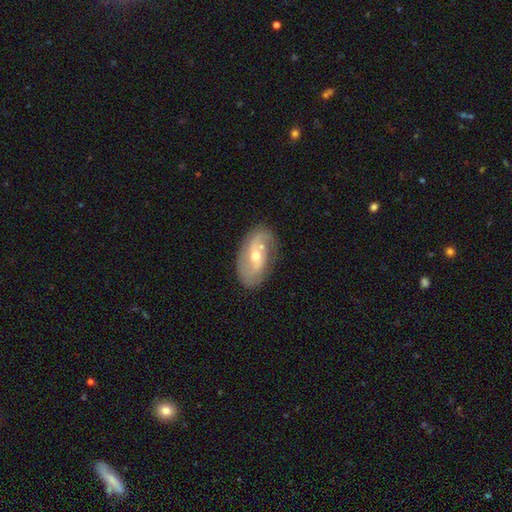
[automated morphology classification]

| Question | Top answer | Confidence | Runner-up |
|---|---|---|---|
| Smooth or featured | featured or disk | 79% | smooth (14%) |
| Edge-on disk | no | 95% | yes (5%) |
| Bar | no | 44% | weak (42%) |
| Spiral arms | yes | 91% | no (9%) |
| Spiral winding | medium | 41% | loose (36%) |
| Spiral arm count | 2 | 76% | can't tell (12%) |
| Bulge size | moderate | 54% | small (42%) |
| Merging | none | 76% | minor disturbance (16%) |